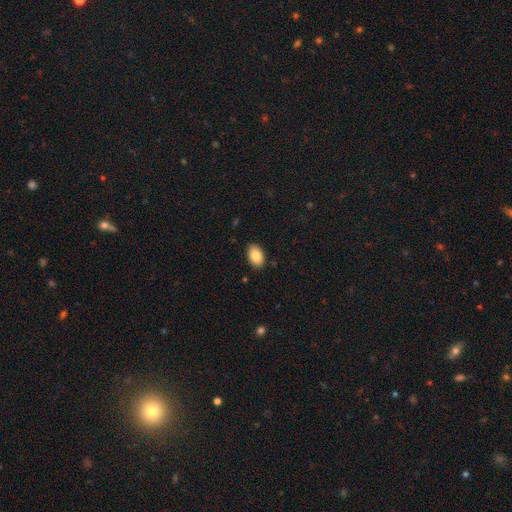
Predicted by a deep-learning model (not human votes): Q: Smooth or featured?
A: smooth (85%); runner-up: featured or disk (7%)
Q: How rounded?
A: in between (89%); runner-up: round (10%)
Q: Merging?
A: none (89%); runner-up: minor disturbance (8%)